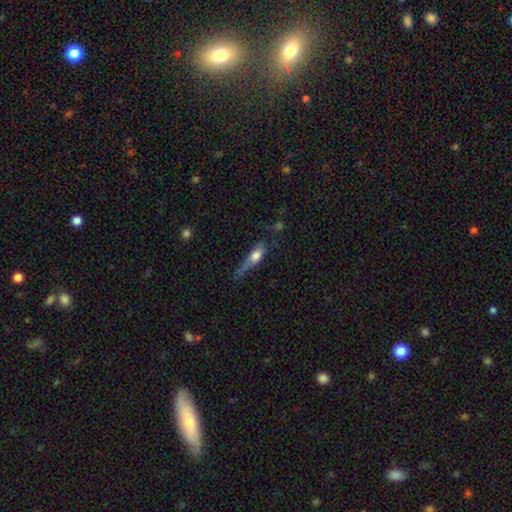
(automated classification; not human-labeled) smooth_or_featured: smooth (p=0.64) [alt: featured or disk p=0.28]
how_rounded: in between (p=0.52) [alt: cigar-shaped p=0.42]
merging: minor disturbance (p=0.33) [alt: major disturbance p=0.31]